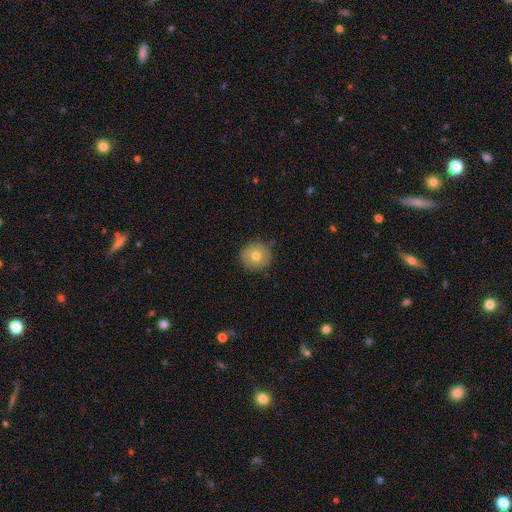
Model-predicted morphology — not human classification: Overall: smooth (63%; featured or disk 29%). How rounded: round (92%). Merging: none (85%).